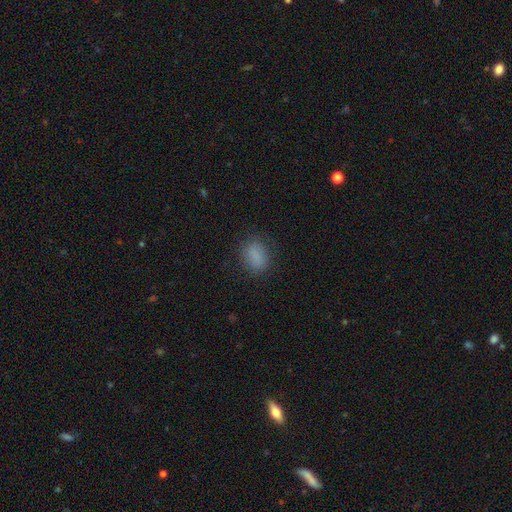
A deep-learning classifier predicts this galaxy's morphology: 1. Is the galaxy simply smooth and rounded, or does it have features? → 84% smooth, 10% star or artifact, 6% featured or disk.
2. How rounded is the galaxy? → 72% in between, 26% round, 3% cigar-shaped.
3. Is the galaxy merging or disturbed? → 81% none, 14% minor disturbance, 4% major disturbance, 1% merger.